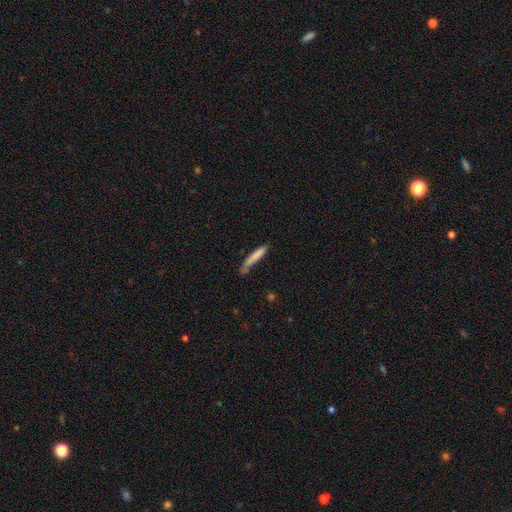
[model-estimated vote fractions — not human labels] smooth-or-featured: smooth: 76% | featured or disk: 17% | star or artifact: 7%
  how-rounded: cigar-shaped: 92% | in between: 7% | round: 1%
  merging: none: 55% | minor disturbance: 26% | major disturbance: 10% | merger: 8%